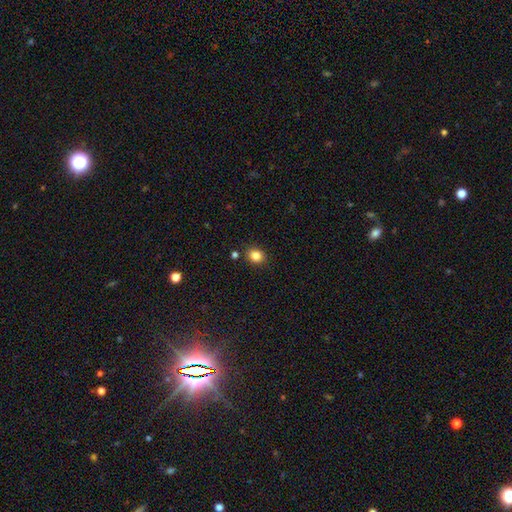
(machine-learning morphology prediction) Smooth or featured: smooth — 84% (star or artifact — 11%)
How rounded: round — 66% (in between — 34%)
Merging: none — 85% (minor disturbance — 9%)